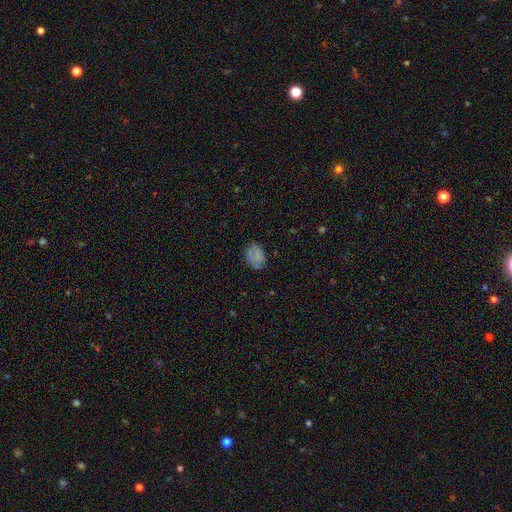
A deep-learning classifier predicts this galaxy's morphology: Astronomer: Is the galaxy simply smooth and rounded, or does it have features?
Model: smooth — 73%.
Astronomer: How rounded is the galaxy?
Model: in between — 74%.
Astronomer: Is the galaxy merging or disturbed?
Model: none — 68%.